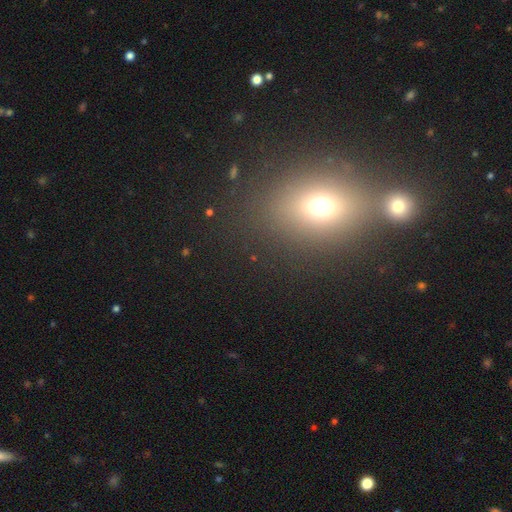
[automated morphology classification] A smooth galaxy with no disk features (53%) that is in between round and cigar-shaped (55%). Merging: none (70%).